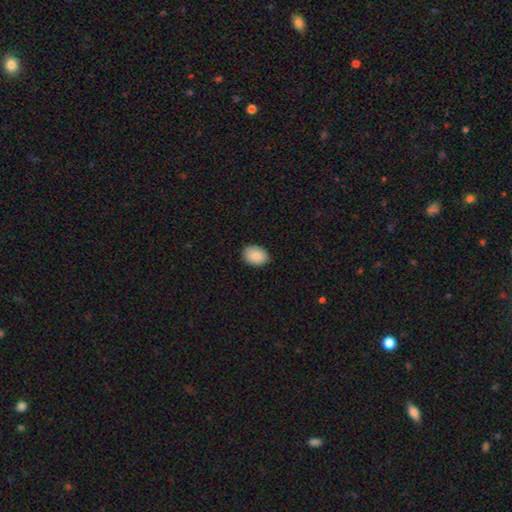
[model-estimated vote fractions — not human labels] smooth 87%, star or artifact 7%, featured or disk 6%. Down the decision tree: how rounded — in between (71%); merging — none (89%).